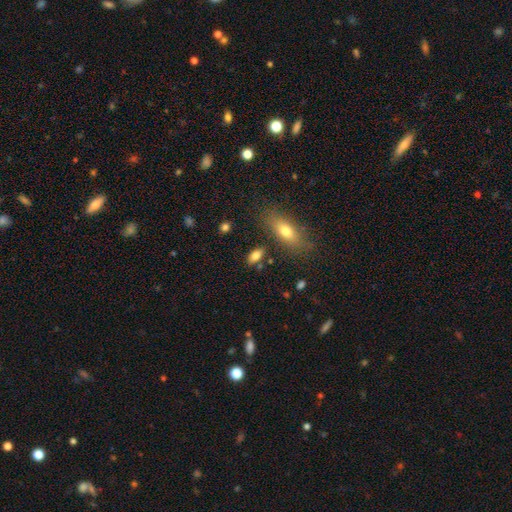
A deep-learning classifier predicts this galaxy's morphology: Q: Smooth or featured?
A: smooth (80%); runner-up: featured or disk (11%)
Q: How rounded?
A: in between (86%); runner-up: cigar-shaped (7%)
Q: Merging?
A: none (80%); runner-up: minor disturbance (11%)